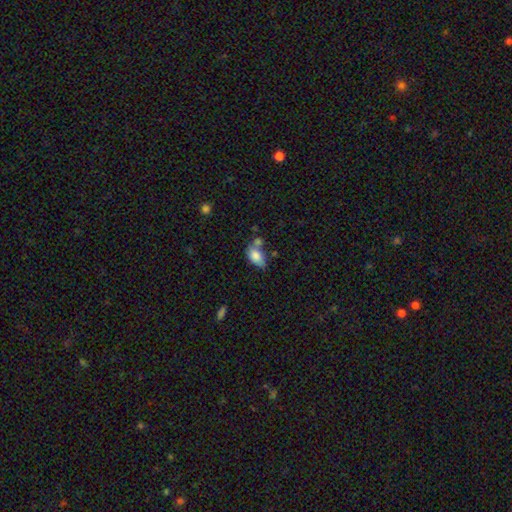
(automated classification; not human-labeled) Smooth or featured? smooth (81%)
How rounded? in between (90%)
Merging? none (39%)